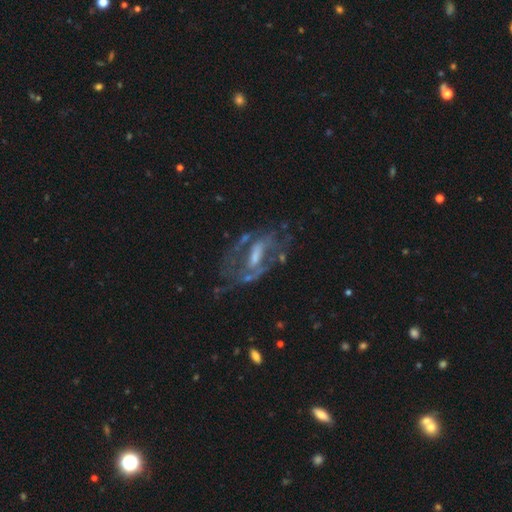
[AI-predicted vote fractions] Overall: featured or disk (80%). Edge-on disk: no (91%). Bar: weak (40%; strong 36%). Spiral arms: yes (69%; no 31%). Spiral arm count: 2 (61%; can't tell 27%). Spiral winding: medium (46%; tight 27%). Bulge size: moderate (38%, tied with small). Merging: none (56%; major disturbance 22%).